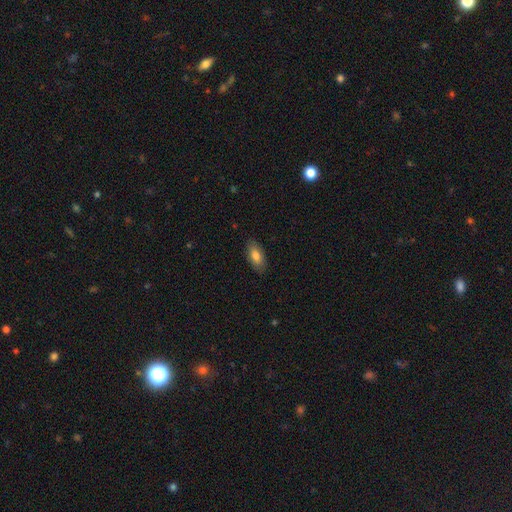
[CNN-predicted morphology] smooth_or_featured: smooth (p=0.80) [alt: featured or disk p=0.13]
how_rounded: in between (p=0.87) [alt: cigar-shaped p=0.10]
merging: none (p=0.86) [alt: minor disturbance p=0.11]